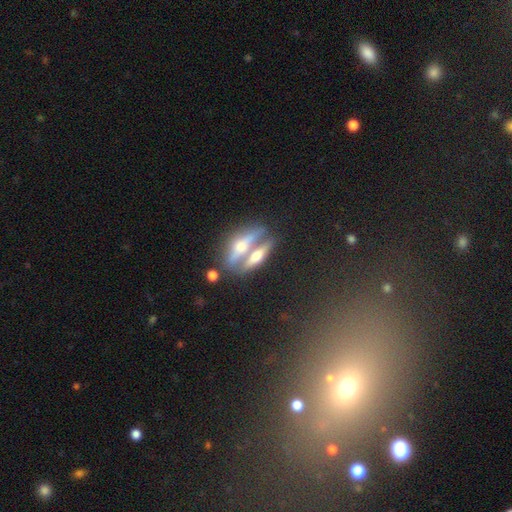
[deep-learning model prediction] Overall: featured or disk (56%; smooth 34%). Edge-on disk: yes (81%). Merging: merger (46%; none 40%).